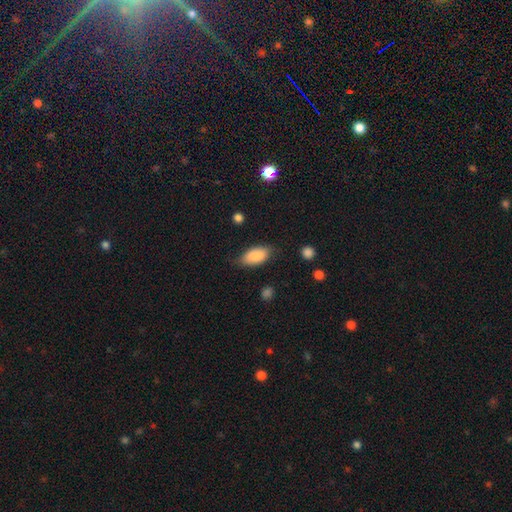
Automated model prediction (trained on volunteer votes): Smooth or featured: smooth — 85% (featured or disk — 9%)
How rounded: in between — 91% (cigar-shaped — 5%)
Merging: none — 70% (minor disturbance — 23%)